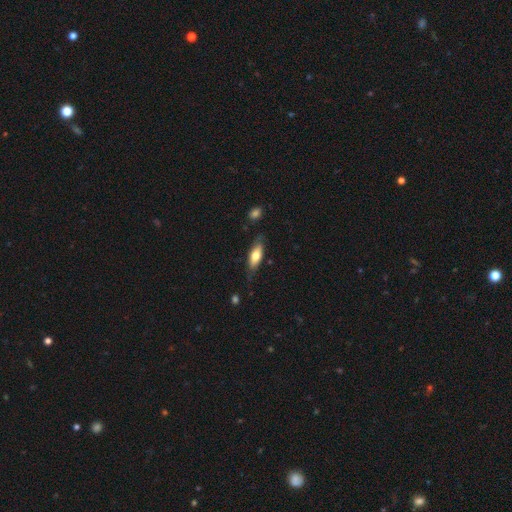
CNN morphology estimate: Smooth or featured?
  - smooth: 68% *
  - featured or disk: 26%
  - star or artifact: 6%
How rounded?
  - in between: 69% *
  - cigar-shaped: 29%
  - round: 2%
Merging?
  - none: 73% *
  - minor disturbance: 21%
  - major disturbance: 4%
  - merger: 2%